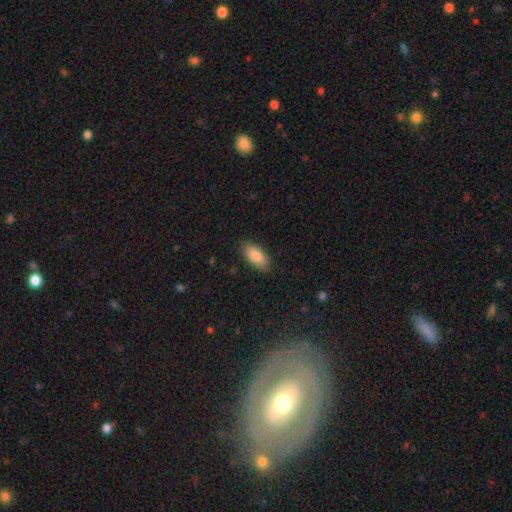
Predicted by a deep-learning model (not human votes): This appears to be a smooth galaxy with no disk features (87%) that is in between round and cigar-shaped (89%). Merging: none (86%).